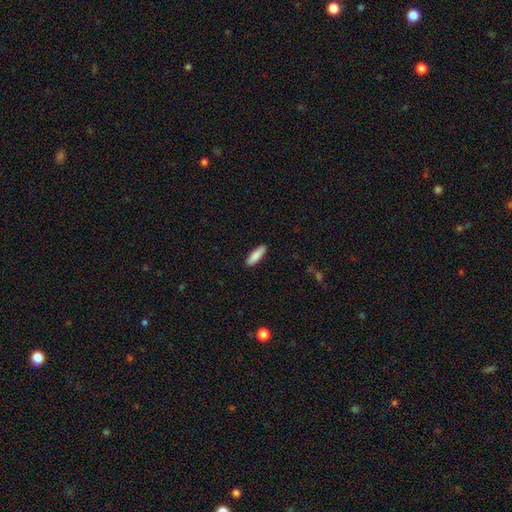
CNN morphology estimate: Smooth or featured? Predicted: smooth (p=0.87). How rounded? Predicted: cigar-shaped (p=0.58). Merging? Predicted: none (p=0.90).